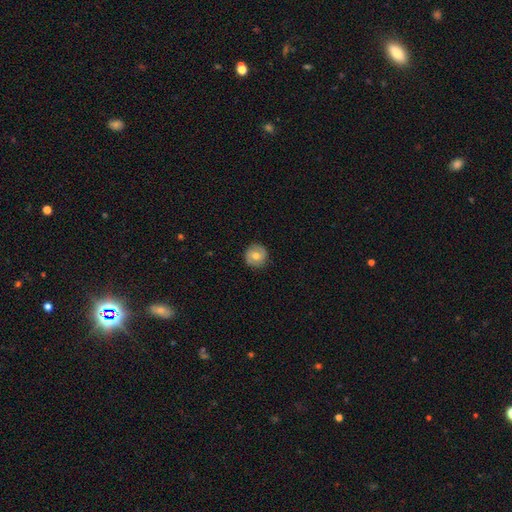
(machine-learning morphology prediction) Smooth or featured? Predicted: smooth (p=0.60). How rounded? Predicted: round (p=0.92). Merging? Predicted: none (p=0.88).